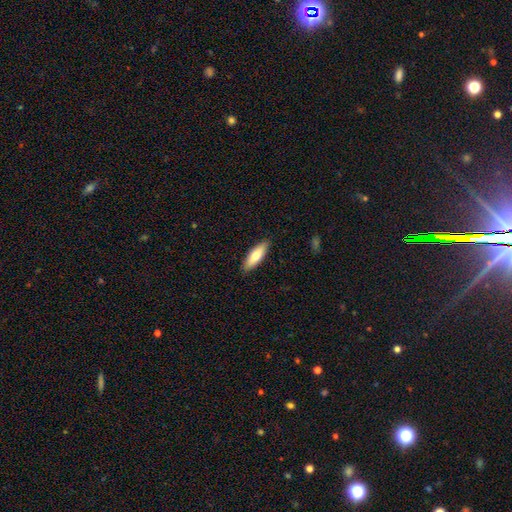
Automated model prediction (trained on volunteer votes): Smooth or featured? Predicted: smooth (p=0.74). How rounded? Predicted: in between (p=0.51). Merging? Predicted: none (p=0.89).